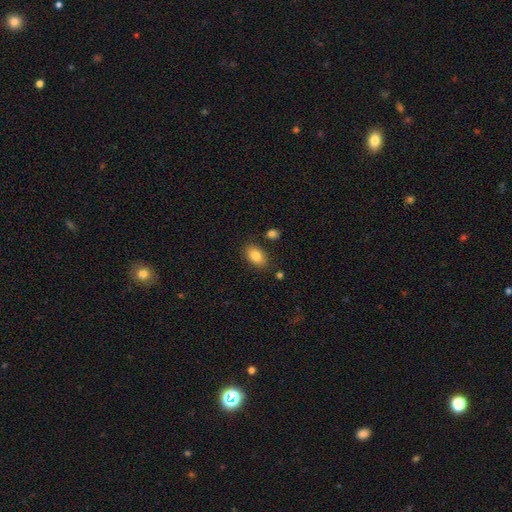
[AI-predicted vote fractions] smooth 84%, featured or disk 8%, star or artifact 8%. Down the decision tree: how rounded — in between (89%); merging — none (82%).